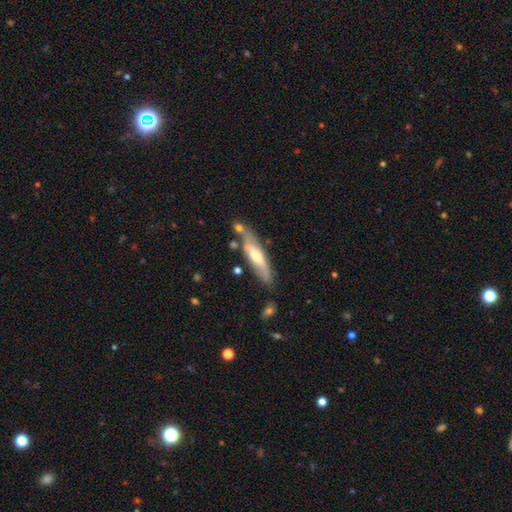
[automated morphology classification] This appears to be a featured or disk galaxy (48%). Merging: none (66%).